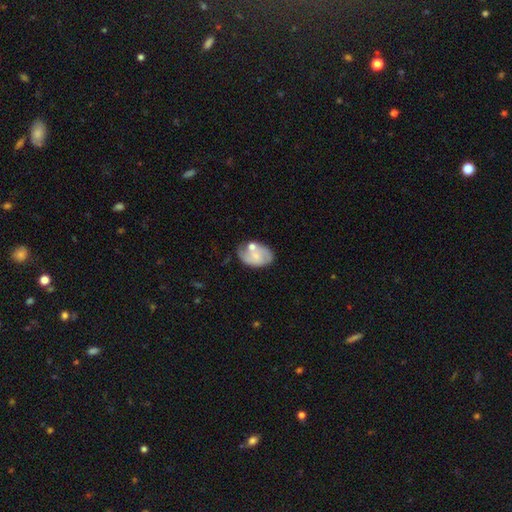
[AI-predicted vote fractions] Morphology: type=smooth (51%); roundness=in between (84%); merging=none (48%).